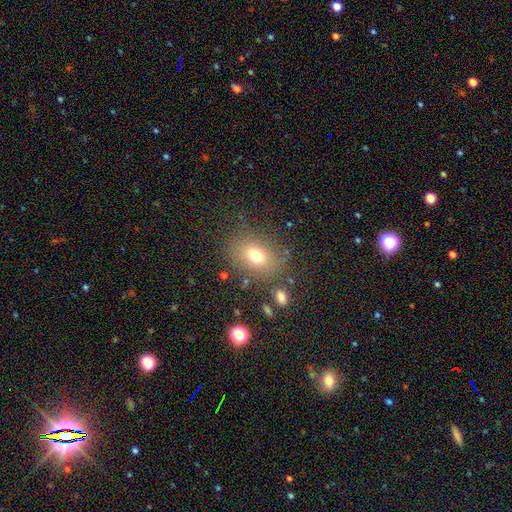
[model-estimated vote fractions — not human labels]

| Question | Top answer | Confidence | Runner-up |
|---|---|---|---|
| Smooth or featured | smooth | 72% | star or artifact (15%) |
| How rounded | in between | 62% | round (36%) |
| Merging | none | 77% | minor disturbance (13%) |